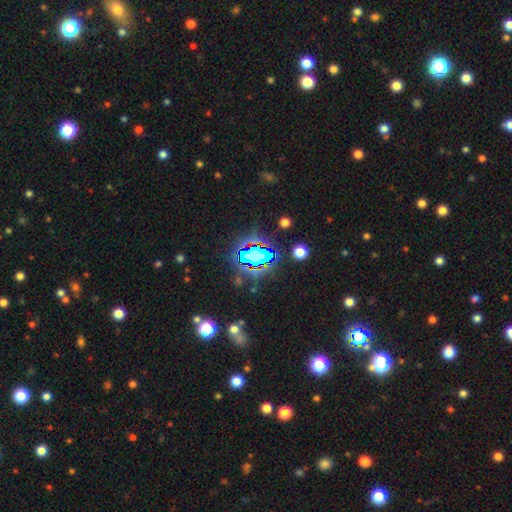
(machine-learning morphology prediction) This is likely a star or artifact rather than a galaxy (62%).